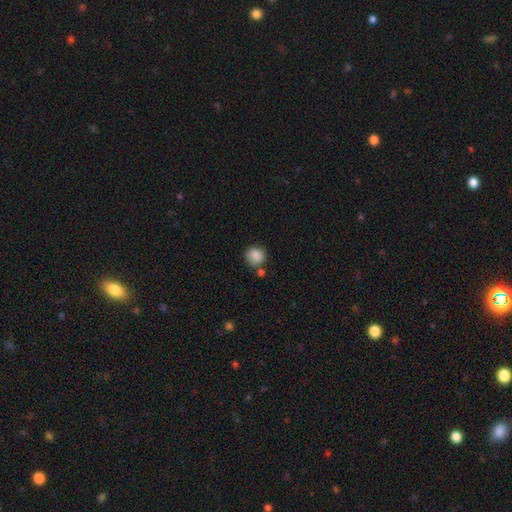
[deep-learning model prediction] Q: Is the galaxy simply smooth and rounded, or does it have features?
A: smooth — 87%.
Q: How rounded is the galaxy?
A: round — 82%.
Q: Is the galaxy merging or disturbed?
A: none — 68%.